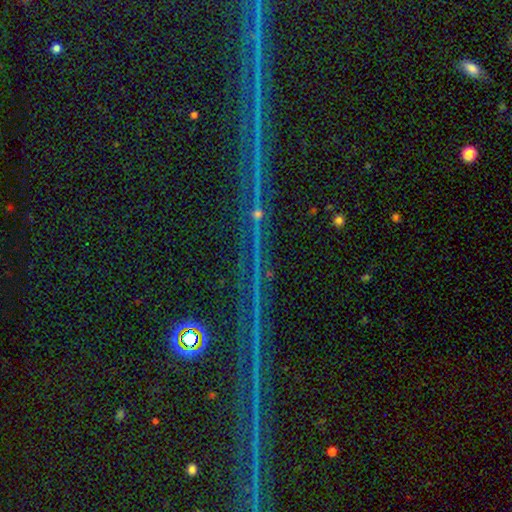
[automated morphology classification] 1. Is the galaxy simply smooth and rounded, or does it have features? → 86% star or artifact, 9% featured or disk, 6% smooth.